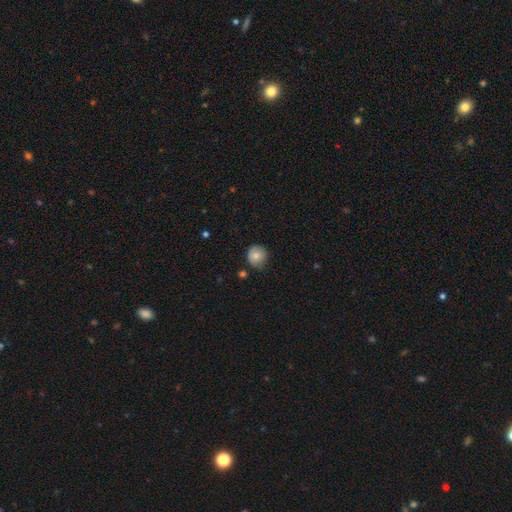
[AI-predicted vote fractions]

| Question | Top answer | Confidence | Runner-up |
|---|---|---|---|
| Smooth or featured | smooth | 80% | featured or disk (12%) |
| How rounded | round | 87% | in between (12%) |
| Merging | none | 66% | minor disturbance (27%) |